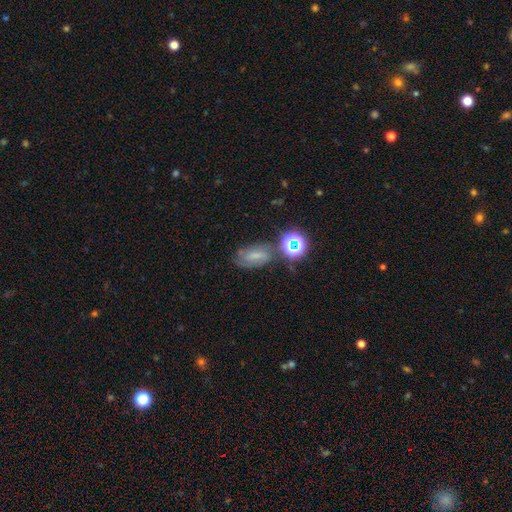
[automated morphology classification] smooth-or-featured: smooth: 41% | featured or disk: 33% | star or artifact: 26%
  merging: none: 58% | minor disturbance: 21% | merger: 11% | major disturbance: 10%